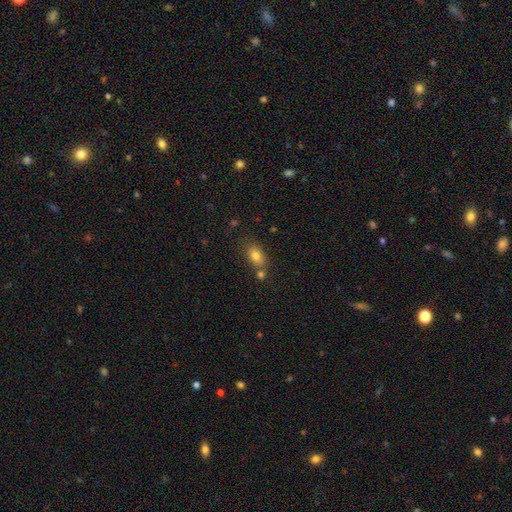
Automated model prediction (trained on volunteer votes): This appears to be a smooth galaxy with no disk features (81%) that is in between round and cigar-shaped (82%). Merging: none (64%).